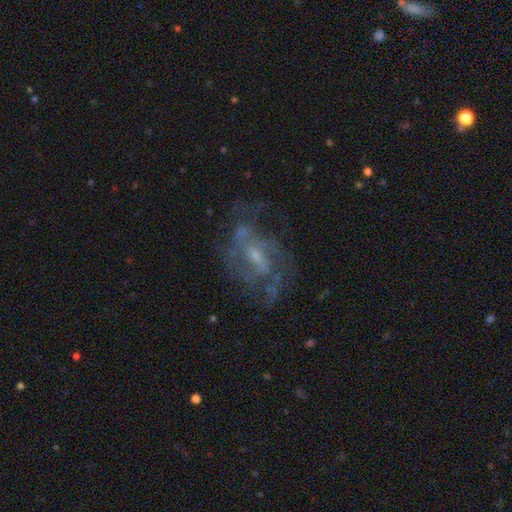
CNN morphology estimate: This is likely a featured or disk galaxy (79%). It is clearly not viewed edge-on (96%). Bar: possibly weak (51%). Spiral arm pattern: clearly yes (81%). Spiral arm count: marginally 2 (36%). Spiral winding: possibly medium (49%). Central bulge: possibly small (50%). Merging: possibly none (56%).